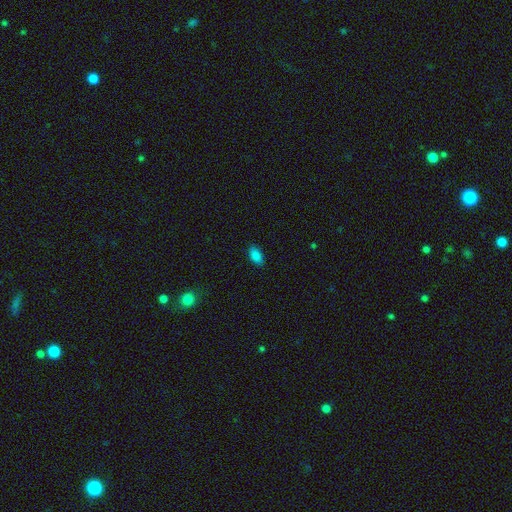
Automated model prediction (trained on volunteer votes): smooth 86%, star or artifact 10%, featured or disk 5%. Down the decision tree: how rounded — in between (92%); merging — none (87%).